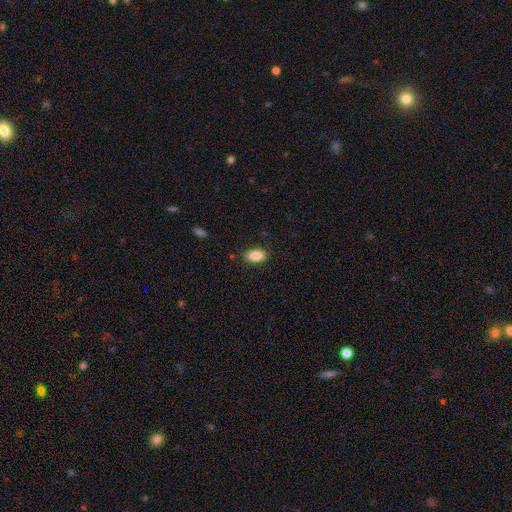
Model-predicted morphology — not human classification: smooth_or_featured: smooth (p=0.87) [alt: star or artifact p=0.08]
how_rounded: in between (p=0.91) [alt: round p=0.05]
merging: none (p=0.86) [alt: minor disturbance p=0.10]